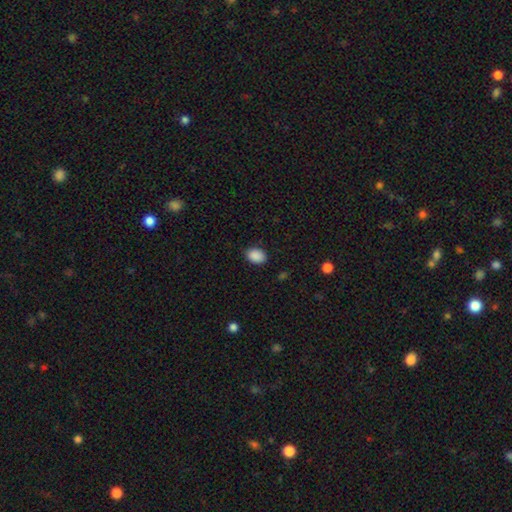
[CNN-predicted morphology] This appears to be a smooth galaxy with no disk features (90%) that is in between round and cigar-shaped (79%). Merging: none (87%).